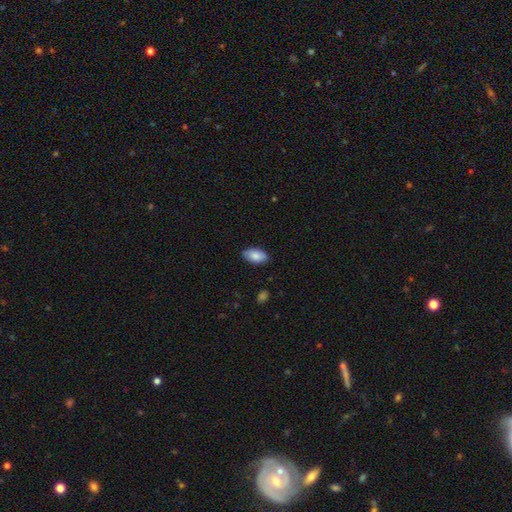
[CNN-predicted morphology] This is clearly a smooth galaxy (84%). How rounded: clearly in between (94%). Merging: clearly none (85%).